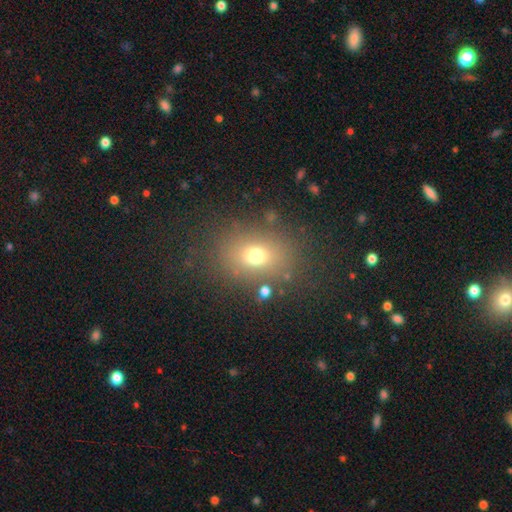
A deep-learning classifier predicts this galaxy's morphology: A smooth galaxy with no disk features (70%) that is in between round and cigar-shaped (55%).

Vote fractions:
- Smooth or featured? smooth: 70% / star or artifact: 17% / featured or disk: 12%
- How rounded? in between: 55% / round: 44% / cigar-shaped: 1%
- Merging? none: 79% / minor disturbance: 11% / major disturbance: 6% / merger: 3%